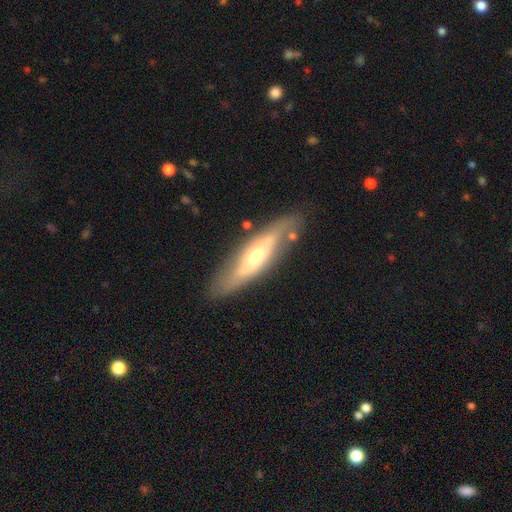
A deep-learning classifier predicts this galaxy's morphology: A featured or disk galaxy (57%) viewed edge-on (58%).

Vote fractions:
- Smooth or featured? featured or disk: 57% / smooth: 37% / star or artifact: 6%
- Edge-on disk? yes: 58% / no: 42%
- Merging? none: 78% / minor disturbance: 14% / major disturbance: 4% / merger: 3%